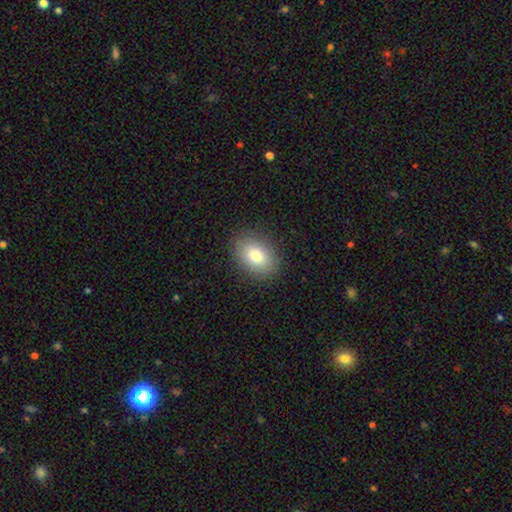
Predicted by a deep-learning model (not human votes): A smooth galaxy with no disk features (80%) that is in between round and cigar-shaped (79%). Merging: none (88%).